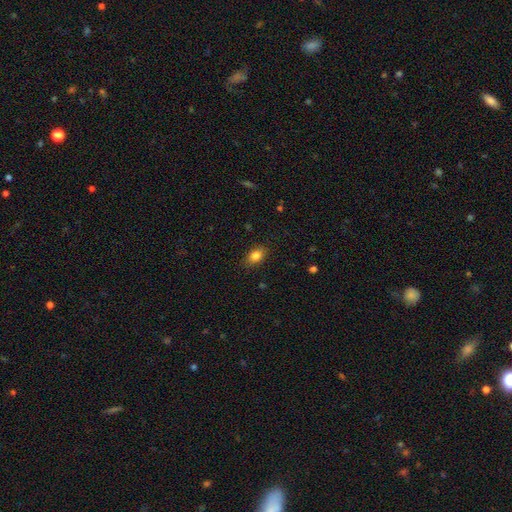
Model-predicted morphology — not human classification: This is clearly a smooth galaxy (84%). How rounded: likely in between (76%). Merging: clearly none (84%).